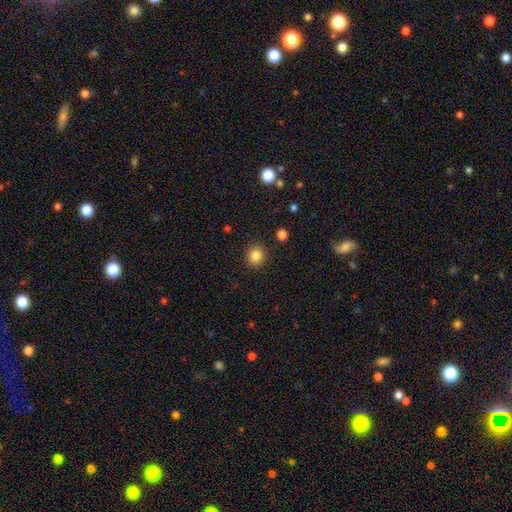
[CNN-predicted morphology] smooth-or-featured: smooth: 84% | star or artifact: 11% | featured or disk: 5%
  how-rounded: round: 88% | in between: 11% | cigar-shaped: 1%
  merging: none: 90% | minor disturbance: 6% | major disturbance: 2% | merger: 1%